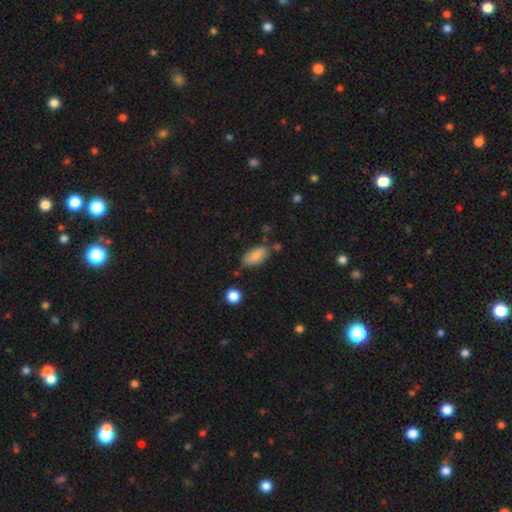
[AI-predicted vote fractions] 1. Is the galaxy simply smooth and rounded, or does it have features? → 84% smooth, 8% featured or disk, 7% star or artifact.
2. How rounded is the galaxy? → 89% in between, 8% cigar-shaped, 3% round.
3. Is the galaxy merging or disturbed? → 67% none, 22% minor disturbance, 7% merger, 5% major disturbance.